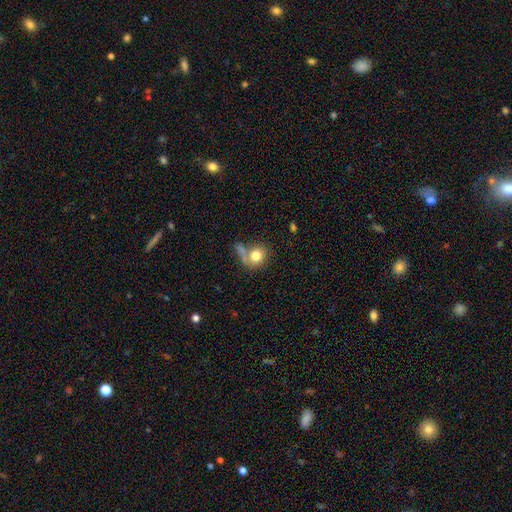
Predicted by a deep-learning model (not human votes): smooth_or_featured: smooth (p=0.79) [alt: featured or disk p=0.12]
how_rounded: round (p=0.67) [alt: in between p=0.31]
merging: none (p=0.44) [alt: merger p=0.27]